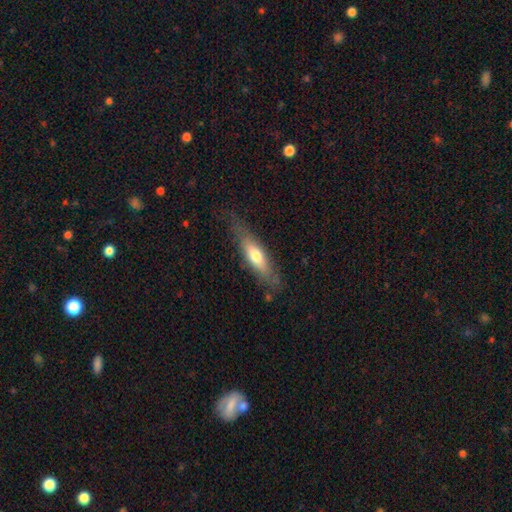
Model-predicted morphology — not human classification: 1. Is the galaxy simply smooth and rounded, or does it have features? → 58% smooth, 36% featured or disk, 6% star or artifact.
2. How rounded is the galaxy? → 56% cigar-shaped, 42% in between, 2% round.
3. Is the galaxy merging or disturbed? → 71% none, 20% minor disturbance, 7% major disturbance, 2% merger.